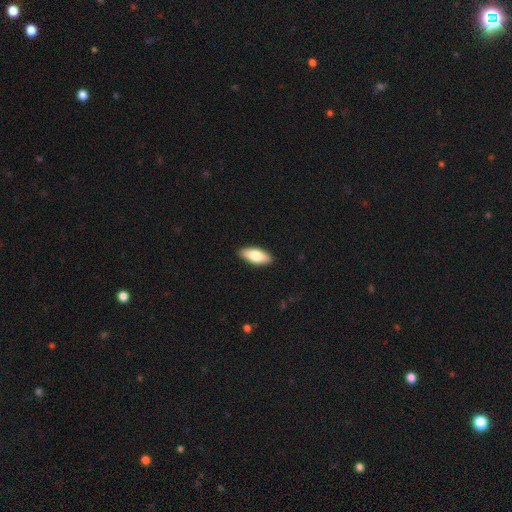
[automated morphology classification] Overall: smooth (78%). How rounded: in between (82%). Merging: none (90%).